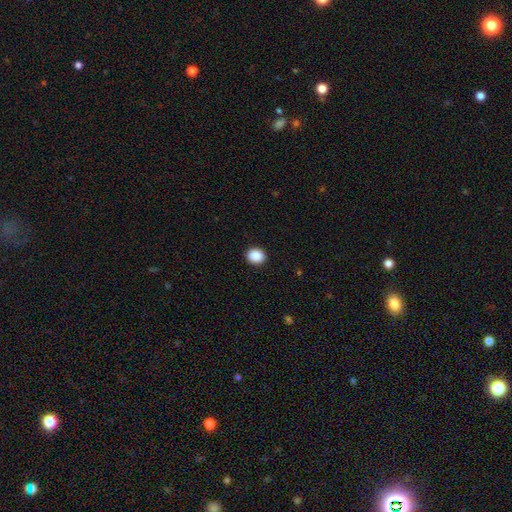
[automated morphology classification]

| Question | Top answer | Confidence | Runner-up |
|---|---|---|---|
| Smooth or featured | smooth | 89% | star or artifact (8%) |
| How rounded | round | 67% | in between (32%) |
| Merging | none | 92% | minor disturbance (6%) |